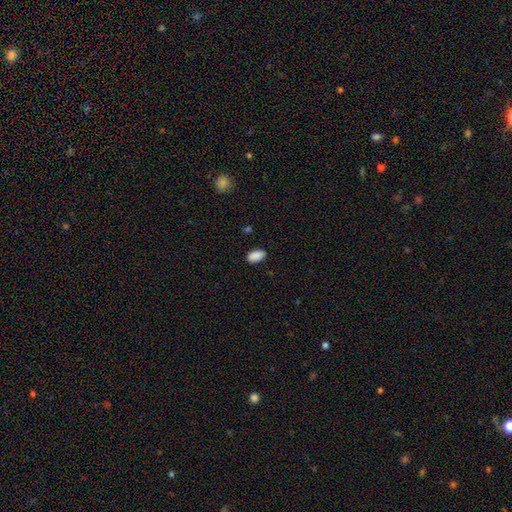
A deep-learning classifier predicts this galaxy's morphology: A smooth galaxy with no disk features (90%) that is in between round and cigar-shaped (93%). Merging: none (86%).